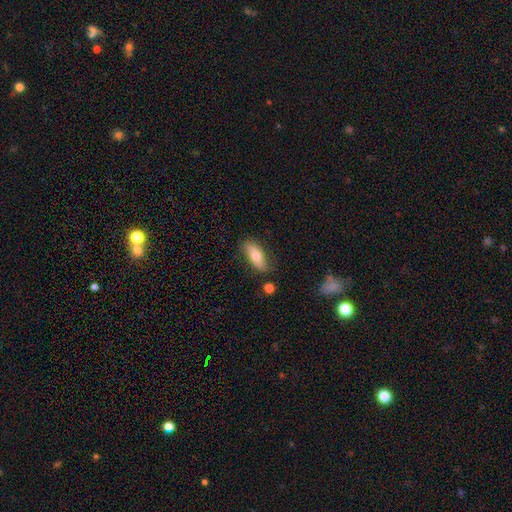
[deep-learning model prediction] A smooth galaxy with no disk features (70%) that is in between round and cigar-shaped (73%). Merging: none (76%).